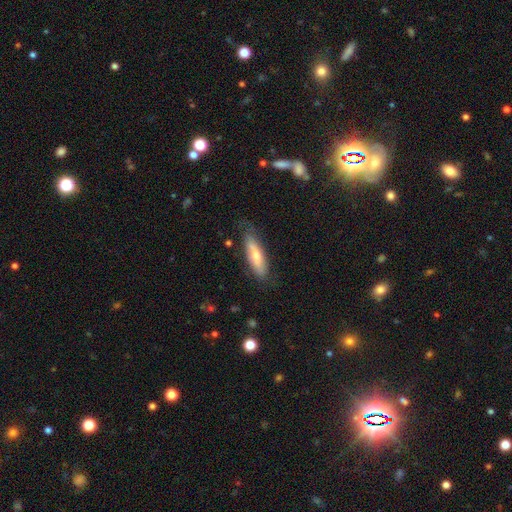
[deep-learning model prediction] Smooth or featured? smooth (65%)
How rounded? cigar-shaped (59%)
Merging? none (68%)